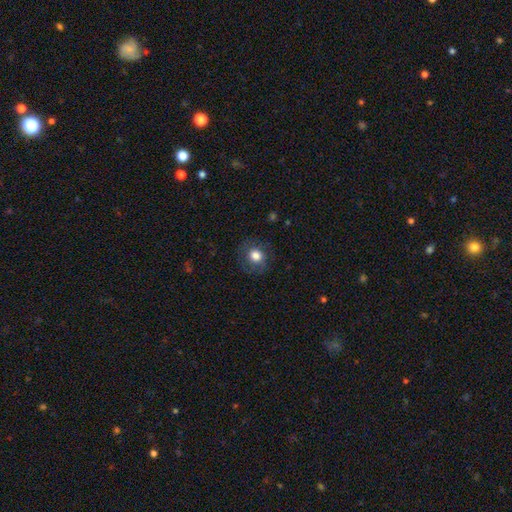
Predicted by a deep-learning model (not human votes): smooth-or-featured: smooth: 76% | featured or disk: 14% | star or artifact: 10%
  how-rounded: round: 87% | in between: 12% | cigar-shaped: 1%
  merging: none: 81% | minor disturbance: 12% | major disturbance: 6% | merger: 1%